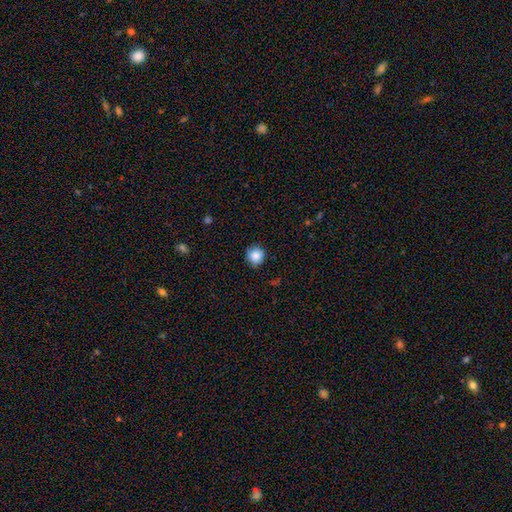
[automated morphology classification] smooth 86%, star or artifact 9%, featured or disk 4%. Down the decision tree: how rounded — round (92%); merging — none (85%).